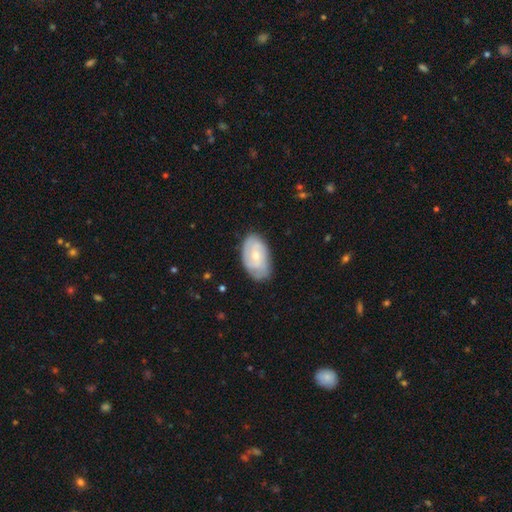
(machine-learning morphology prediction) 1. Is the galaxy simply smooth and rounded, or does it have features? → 56% featured or disk, 38% smooth, 6% star or artifact.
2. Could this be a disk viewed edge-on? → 95% no, 5% yes.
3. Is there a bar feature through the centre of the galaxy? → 61% no, 33% weak, 5% strong.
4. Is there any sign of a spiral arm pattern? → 83% yes, 17% no.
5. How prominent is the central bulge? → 53% small, 41% moderate, 2% none, 2% large, 1% dominant.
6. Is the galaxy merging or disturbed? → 76% none, 19% minor disturbance, 4% major disturbance, 1% merger.